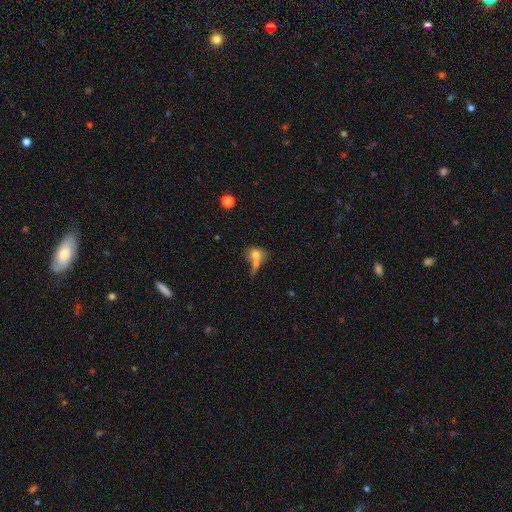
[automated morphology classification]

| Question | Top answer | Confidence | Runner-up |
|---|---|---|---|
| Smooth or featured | smooth | 72% | featured or disk (18%) |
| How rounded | in between | 52% | round (45%) |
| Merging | merger | 52% | none (25%) |